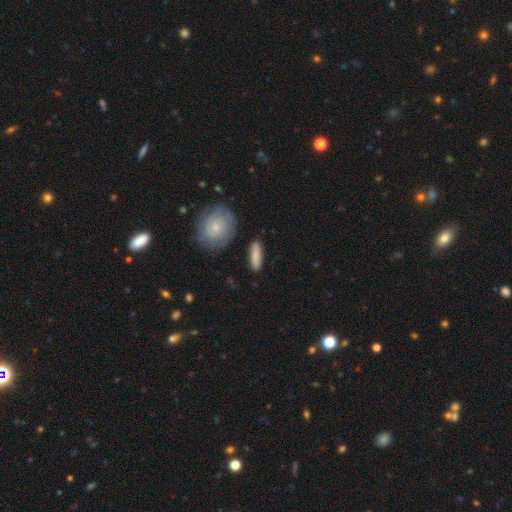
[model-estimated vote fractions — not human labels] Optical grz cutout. It shows a smooth galaxy with no disk features (80%) that is cigar-shaped (66%). Merging: none (85%).